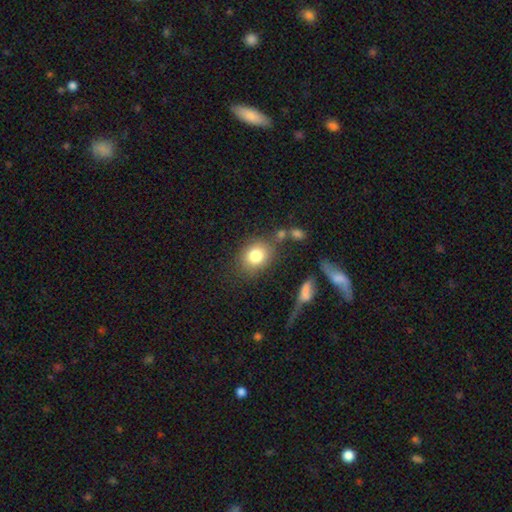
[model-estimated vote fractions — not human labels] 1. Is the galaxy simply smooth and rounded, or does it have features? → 81% smooth, 9% star or artifact, 9% featured or disk.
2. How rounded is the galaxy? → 58% round, 41% in between, 1% cigar-shaped.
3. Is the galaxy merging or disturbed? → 71% none, 15% minor disturbance, 8% merger, 6% major disturbance.